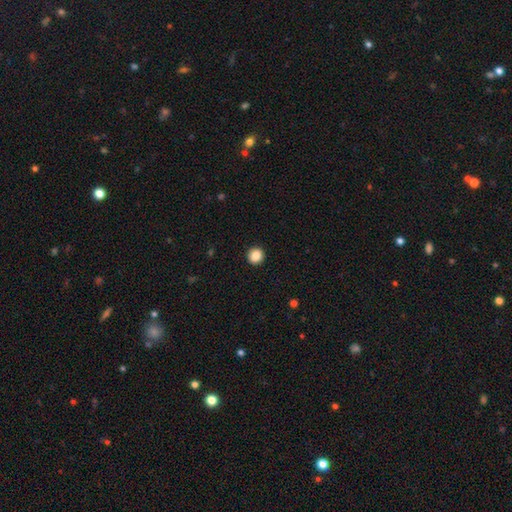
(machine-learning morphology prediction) A smooth galaxy with no disk features (88%) that is round (91%).

Vote fractions:
- Smooth or featured? smooth: 88% / star or artifact: 9% / featured or disk: 3%
- How rounded? round: 91% / in between: 8% / cigar-shaped: 1%
- Merging? none: 93% / minor disturbance: 5% / major disturbance: 2% / merger: 1%